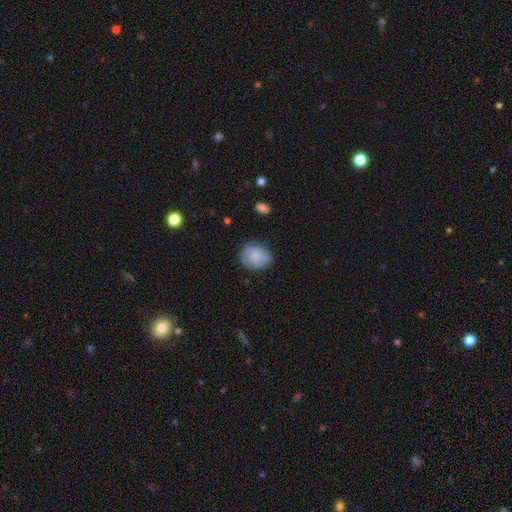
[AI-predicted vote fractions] smooth-or-featured: smooth: 78% | featured or disk: 14% | star or artifact: 8%
  how-rounded: round: 62% | in between: 37% | cigar-shaped: 1%
  merging: none: 65% | minor disturbance: 26% | major disturbance: 7% | merger: 2%